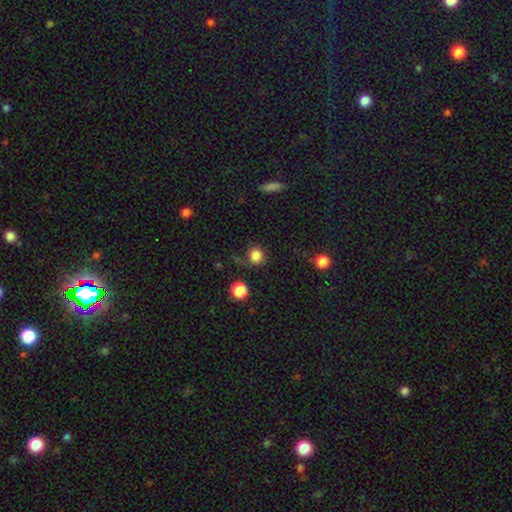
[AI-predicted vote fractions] A smooth galaxy with no disk features (83%) that is round (86%).

Vote fractions:
- Smooth or featured? smooth: 83% / star or artifact: 12% / featured or disk: 5%
- How rounded? round: 86% / in between: 13% / cigar-shaped: 1%
- Merging? none: 68% / minor disturbance: 17% / major disturbance: 9% / merger: 6%